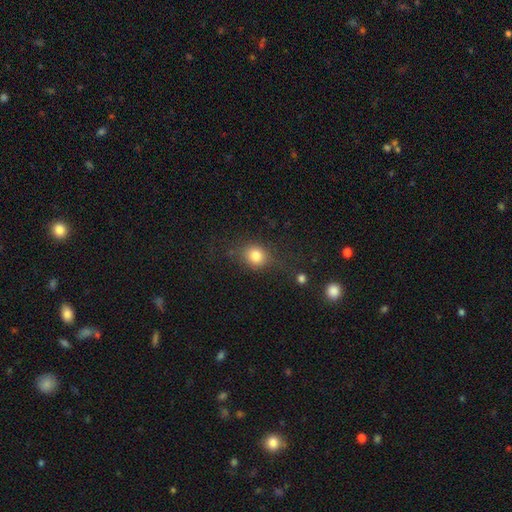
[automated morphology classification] A smooth galaxy with no disk features (80%) that is round (70%).

Vote fractions:
- Smooth or featured? smooth: 80% / star or artifact: 12% / featured or disk: 8%
- How rounded? round: 70% / in between: 28% / cigar-shaped: 1%
- Merging? none: 69% / minor disturbance: 17% / major disturbance: 9% / merger: 4%